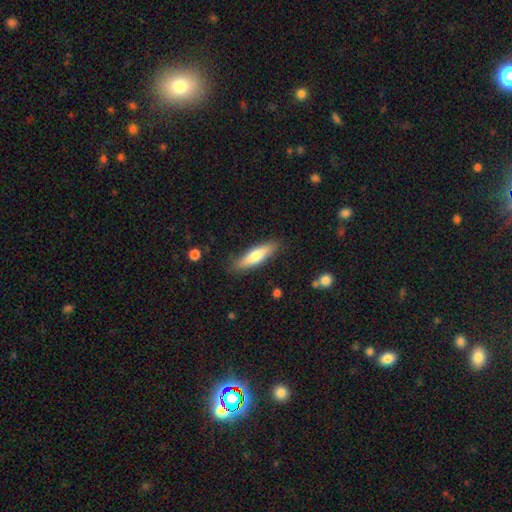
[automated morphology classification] smooth 68%, featured or disk 27%, star or artifact 5%. Down the decision tree: how rounded — cigar-shaped (65%); merging — none (85%).